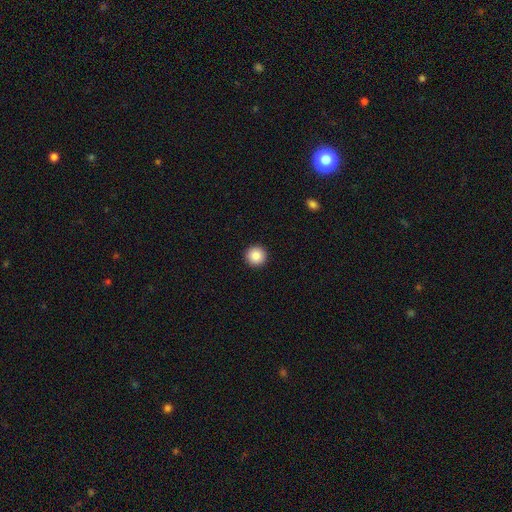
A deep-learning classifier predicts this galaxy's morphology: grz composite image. It shows a smooth galaxy with no disk features (87%) that is round (96%). Merging: none (94%).